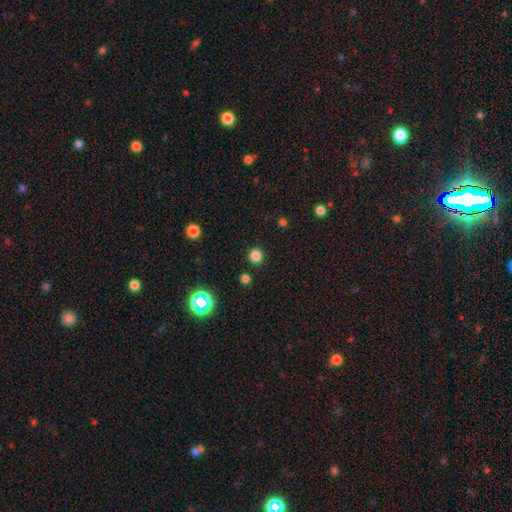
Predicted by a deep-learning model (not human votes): Morphology: type=smooth (80%); roundness=round (93%); merging=none (91%).